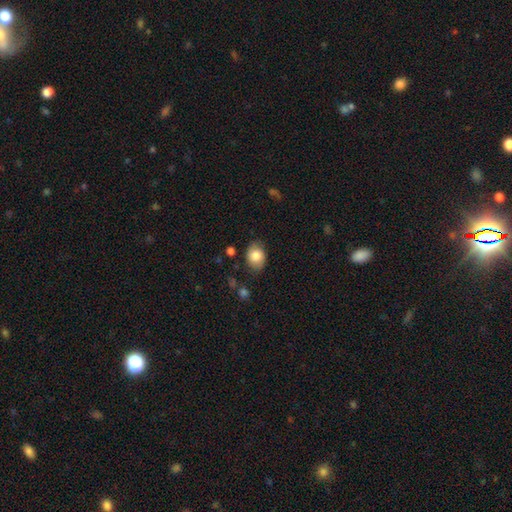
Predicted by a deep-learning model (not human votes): This is clearly a smooth galaxy (82%). How rounded: likely in between (64%). Merging: likely none (76%).